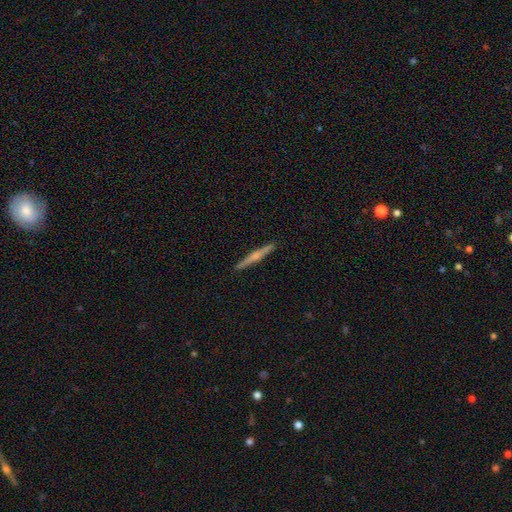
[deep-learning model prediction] The model was most divided on "smooth or featured": featured or disk: 60%, smooth: 35%, star or artifact: 6%. More confident: edge-on disk — yes (98%); merging — none (92%); edge-on bulge — rounded (71%).